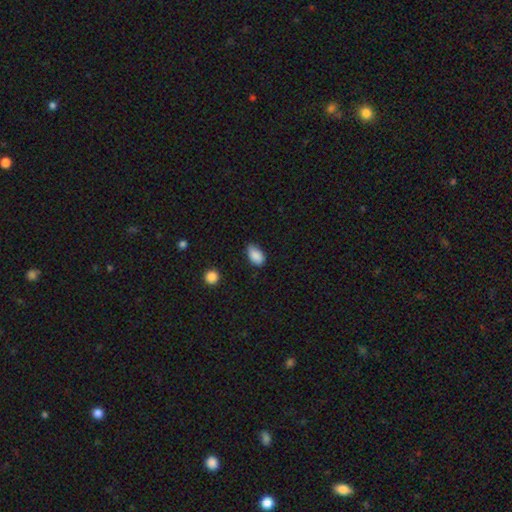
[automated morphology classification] Q: Smooth or featured?
A: smooth (88%); runner-up: star or artifact (8%)
Q: How rounded?
A: in between (92%); runner-up: round (6%)
Q: Merging?
A: none (65%); runner-up: minor disturbance (29%)